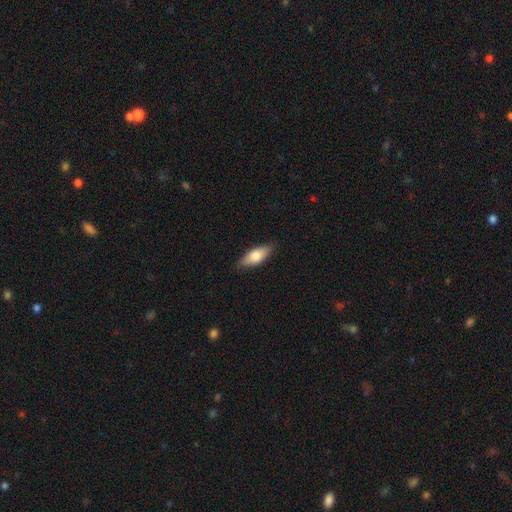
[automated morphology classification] This is likely a smooth galaxy (72%). How rounded: likely in between (75%). Merging: clearly none (85%).